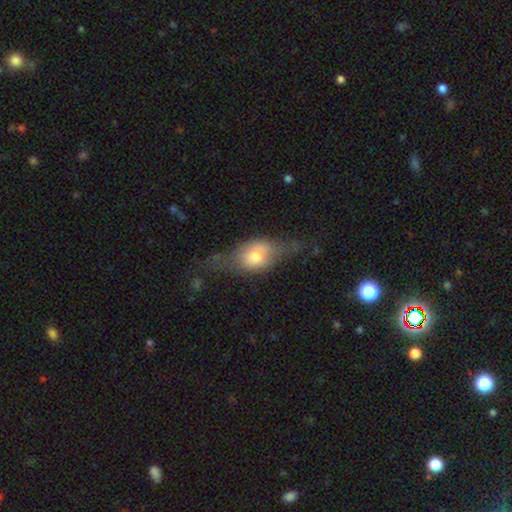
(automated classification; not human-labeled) smooth 50%, featured or disk 42%, star or artifact 8%. Down the decision tree: how rounded — in between (67%); merging — none (46%).